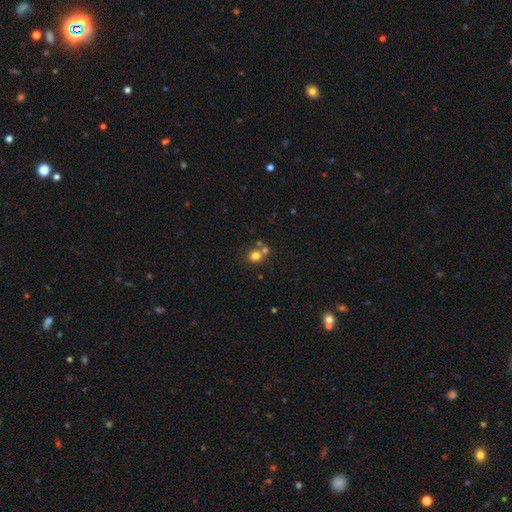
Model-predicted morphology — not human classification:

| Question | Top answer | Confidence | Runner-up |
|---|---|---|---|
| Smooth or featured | smooth | 76% | star or artifact (14%) |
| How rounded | round | 77% | in between (22%) |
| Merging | none | 52% | merger (37%) |